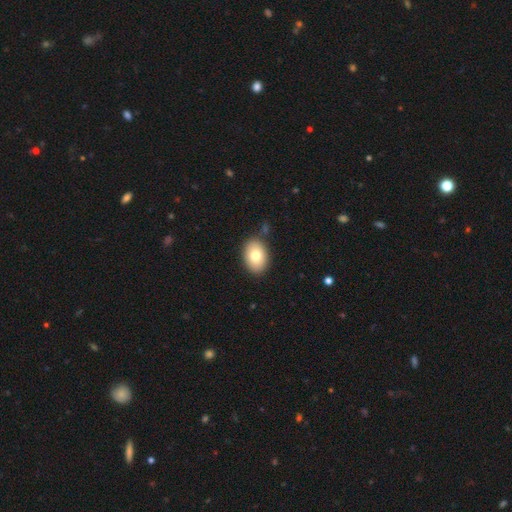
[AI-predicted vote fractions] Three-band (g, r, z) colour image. It shows a smooth galaxy with no disk features (78%) that is in between round and cigar-shaped (80%). Merging: none (84%).